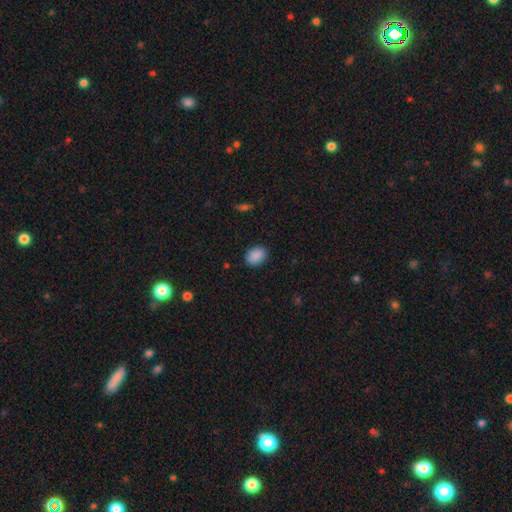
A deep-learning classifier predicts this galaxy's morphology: smooth_or_featured: smooth (p=0.89) [alt: star or artifact p=0.08]
how_rounded: in between (p=0.71) [alt: round p=0.28]
merging: none (p=0.88) [alt: minor disturbance p=0.09]